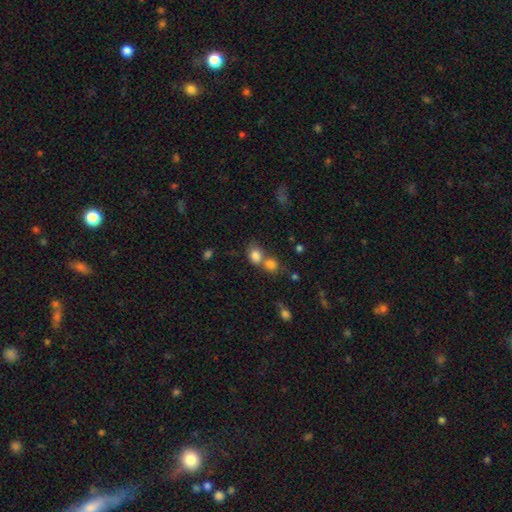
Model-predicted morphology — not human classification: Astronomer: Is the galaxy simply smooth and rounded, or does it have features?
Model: smooth — 81%.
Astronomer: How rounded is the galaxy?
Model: round — 59% (runner-up: in between, 40%).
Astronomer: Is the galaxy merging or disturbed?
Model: merger — 49% (runner-up: none, 38%).